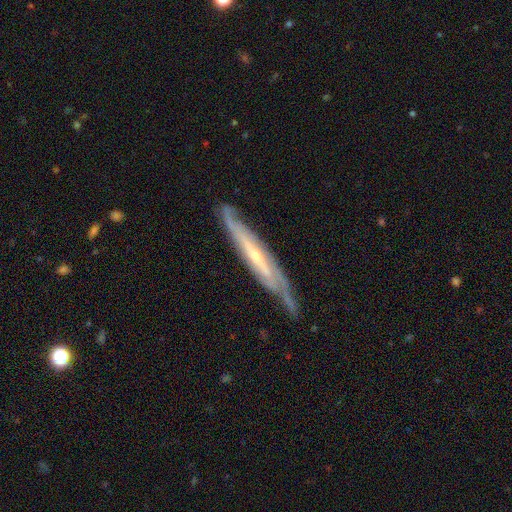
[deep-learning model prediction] featured or disk 82%, smooth 13%, star or artifact 5%. Down the decision tree: edge-on disk — yes (58%); merging — none (71%).